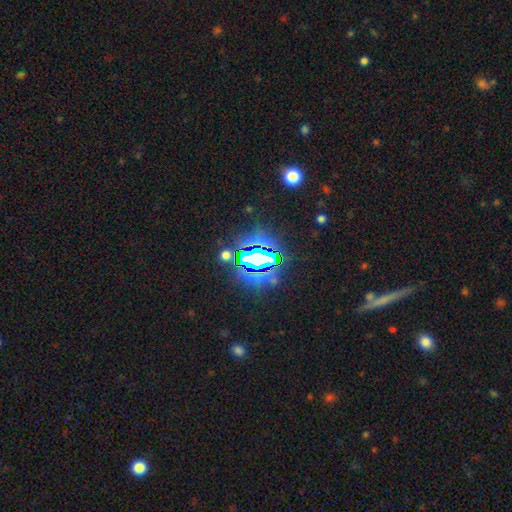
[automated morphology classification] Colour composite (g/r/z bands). It shows a star or artifact, not a galaxy (76%).